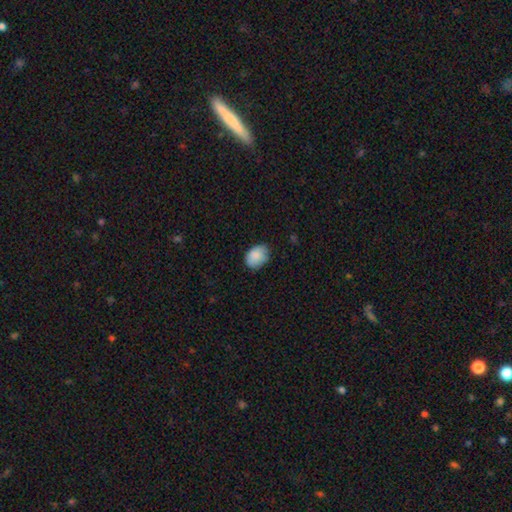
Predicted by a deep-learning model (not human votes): This appears to be a smooth galaxy with no disk features (87%) that is in between round and cigar-shaped (72%). Merging: none (71%).